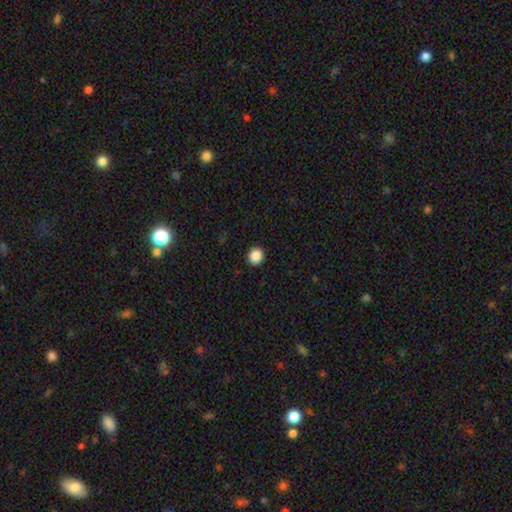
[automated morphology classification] smooth 88%, star or artifact 10%, featured or disk 3%. Down the decision tree: how rounded — round (88%); merging — none (92%).